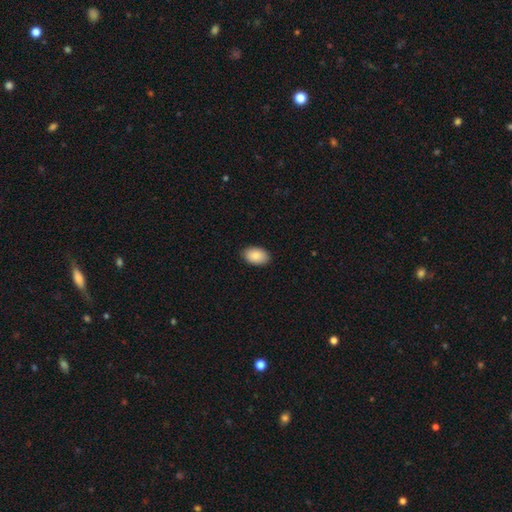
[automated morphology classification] This is clearly a smooth galaxy (87%). How rounded: clearly in between (89%). Merging: clearly none (89%).